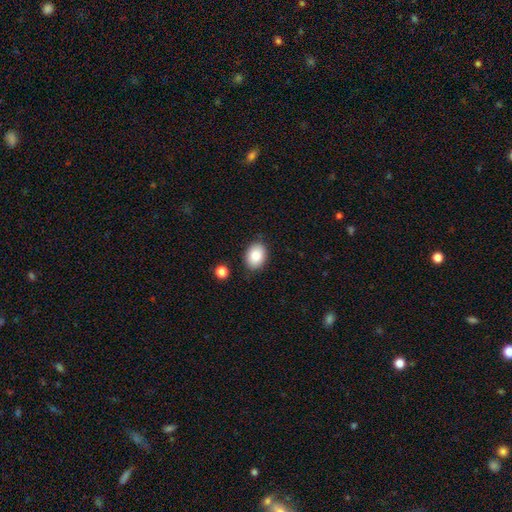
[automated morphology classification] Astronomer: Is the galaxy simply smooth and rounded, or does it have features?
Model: smooth — 85%.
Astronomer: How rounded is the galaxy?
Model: in between — 75%.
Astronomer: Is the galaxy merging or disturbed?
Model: none — 84%.